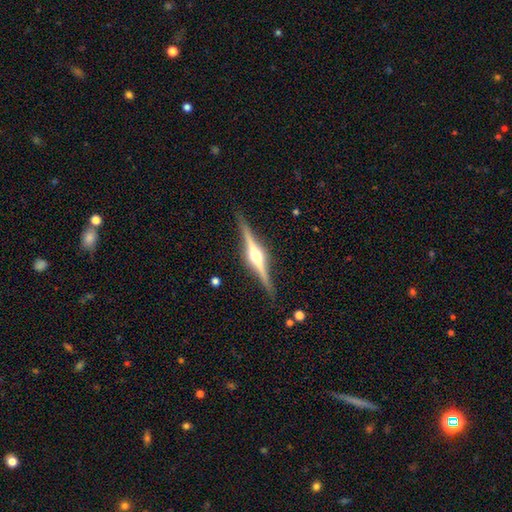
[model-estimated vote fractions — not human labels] This appears to be a featured or disk galaxy (85%) viewed edge-on (98%) with a rounded central bulge (94%). Merging: none (90%).